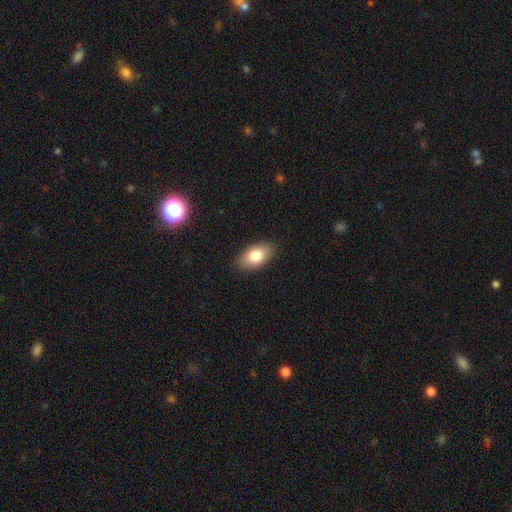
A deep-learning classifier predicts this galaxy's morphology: smooth_or_featured: smooth (p=0.80) [alt: featured or disk p=0.13]
how_rounded: in between (p=0.92) [alt: round p=0.05]
merging: none (p=0.88) [alt: minor disturbance p=0.09]